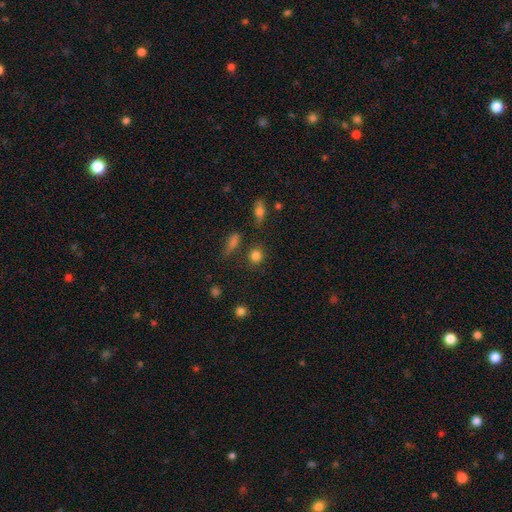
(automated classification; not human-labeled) smooth 83%, star or artifact 12%, featured or disk 6%. Down the decision tree: how rounded — round (82%); merging — none (78%).